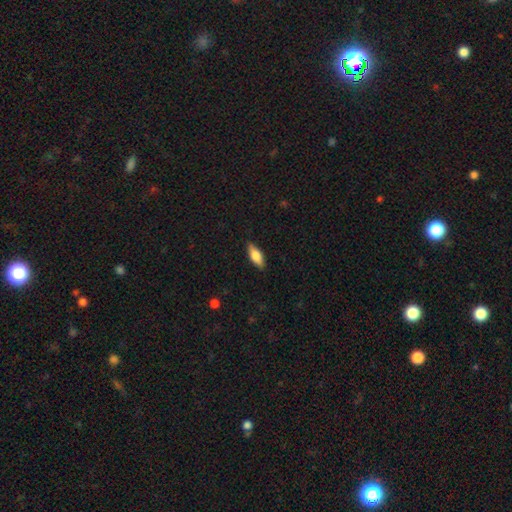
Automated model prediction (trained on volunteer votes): Smooth or featured? smooth (72%)
How rounded? in between (72%)
Merging? none (86%)